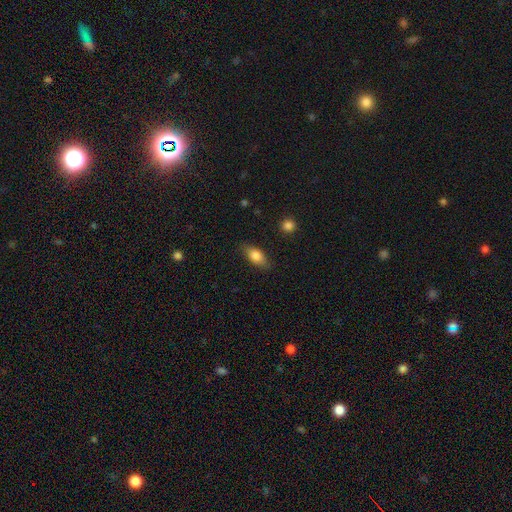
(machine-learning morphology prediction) smooth 79%, featured or disk 14%, star or artifact 7%. Down the decision tree: how rounded — in between (85%); merging — none (81%).